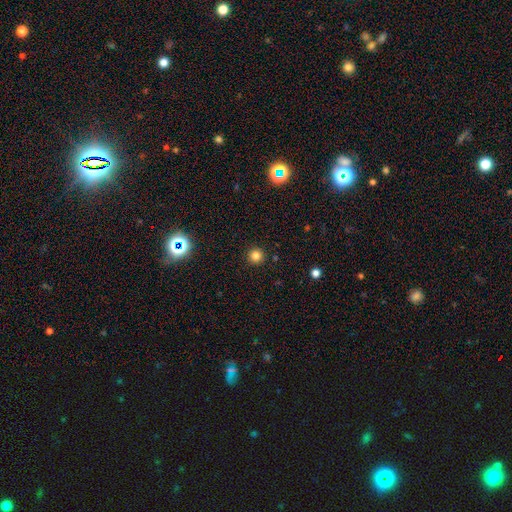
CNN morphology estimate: A smooth galaxy with no disk features (80%) that is round (96%). Merging: none (92%).